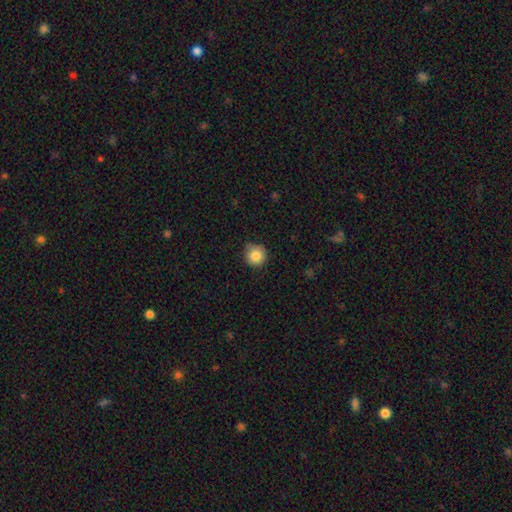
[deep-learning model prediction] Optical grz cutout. It shows a smooth galaxy with no disk features (84%) that is round (94%). Merging: none (82%).